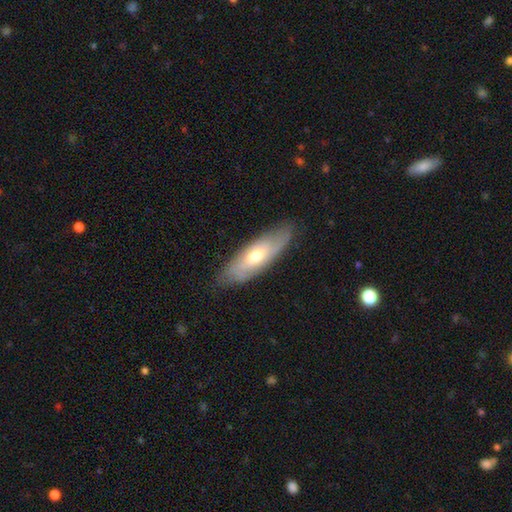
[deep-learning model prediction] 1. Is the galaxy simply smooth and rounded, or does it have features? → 48% smooth, 45% featured or disk, 6% star or artifact.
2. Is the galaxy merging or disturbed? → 77% none, 17% minor disturbance, 4% major disturbance, 1% merger.